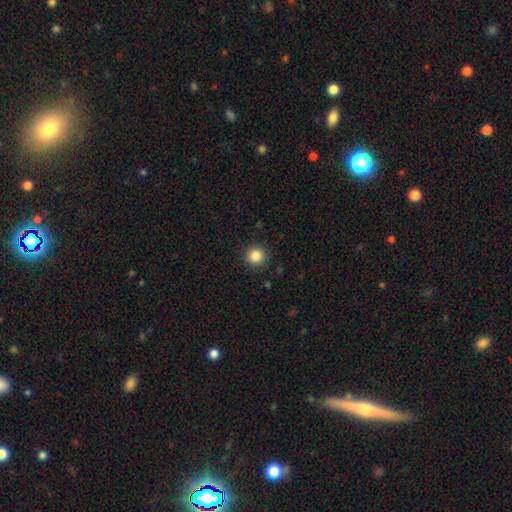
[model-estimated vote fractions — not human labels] Q: Smooth or featured?
A: smooth (85%); runner-up: star or artifact (11%)
Q: How rounded?
A: round (95%); runner-up: in between (4%)
Q: Merging?
A: none (91%); runner-up: minor disturbance (6%)